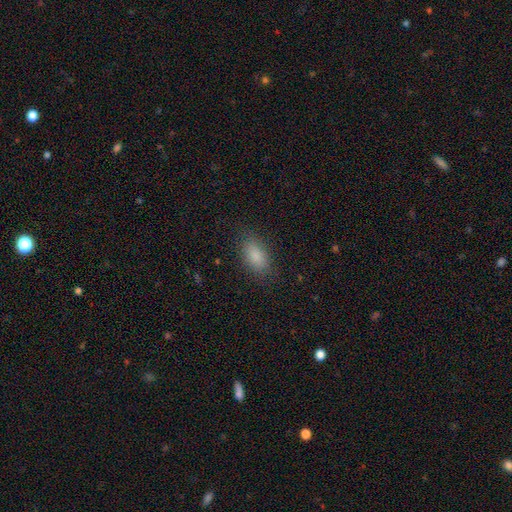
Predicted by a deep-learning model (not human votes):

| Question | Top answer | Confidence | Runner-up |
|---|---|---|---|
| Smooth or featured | smooth | 86% | star or artifact (8%) |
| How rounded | in between | 90% | round (6%) |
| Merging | none | 84% | minor disturbance (11%) |